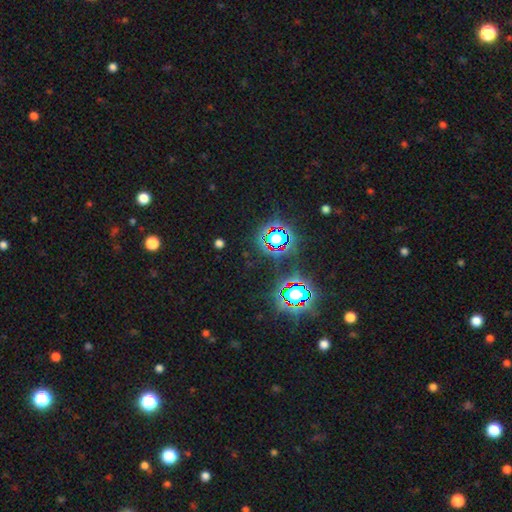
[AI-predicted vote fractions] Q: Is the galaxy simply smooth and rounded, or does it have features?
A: star or artifact — 80%.